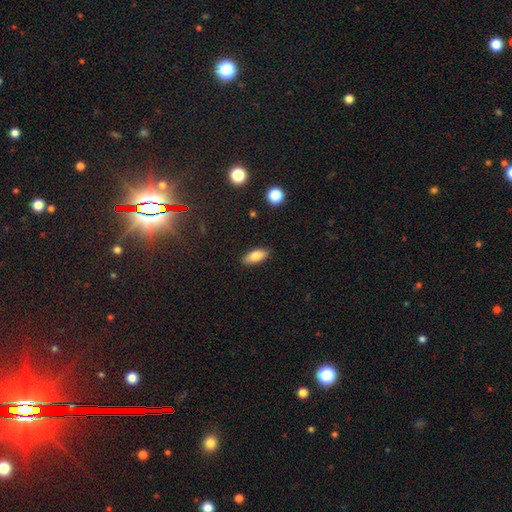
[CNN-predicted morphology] smooth_or_featured: smooth (p=0.79) [alt: featured or disk p=0.13]
how_rounded: in between (p=0.83) [alt: cigar-shaped p=0.15]
merging: none (p=0.87) [alt: minor disturbance p=0.10]